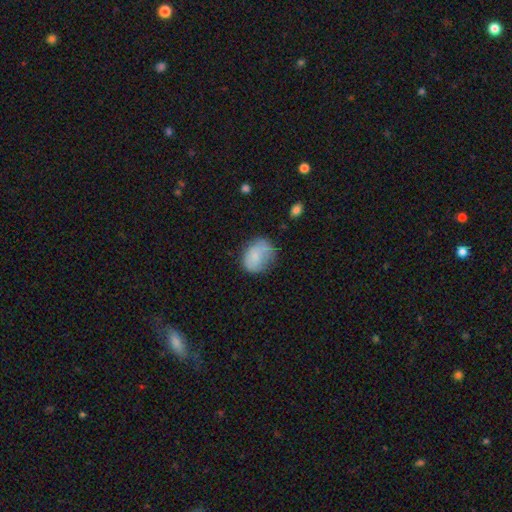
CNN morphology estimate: This is likely a smooth galaxy (75%). How rounded: possibly in between (53%). Merging: possibly none (53%).